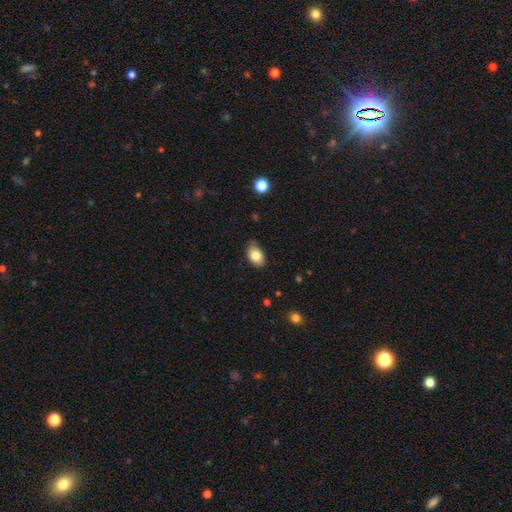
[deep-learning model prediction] This appears to be a smooth galaxy with no disk features (81%) that is in between round and cigar-shaped (87%). Merging: none (69%).